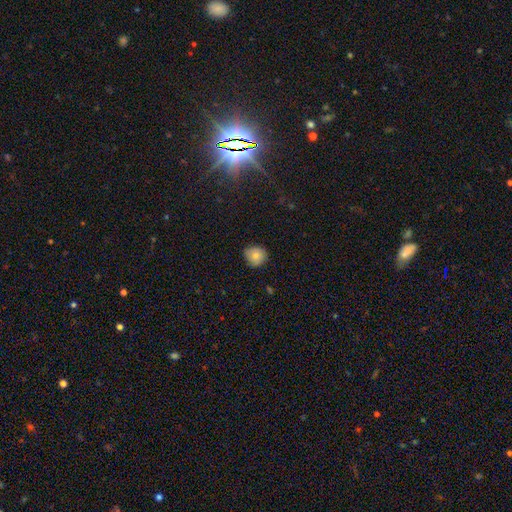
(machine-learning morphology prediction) smooth-or-featured: smooth: 76% | featured or disk: 15% | star or artifact: 9%
  how-rounded: round: 86% | in between: 13% | cigar-shaped: 1%
  merging: none: 77% | minor disturbance: 19% | major disturbance: 3% | merger: 1%